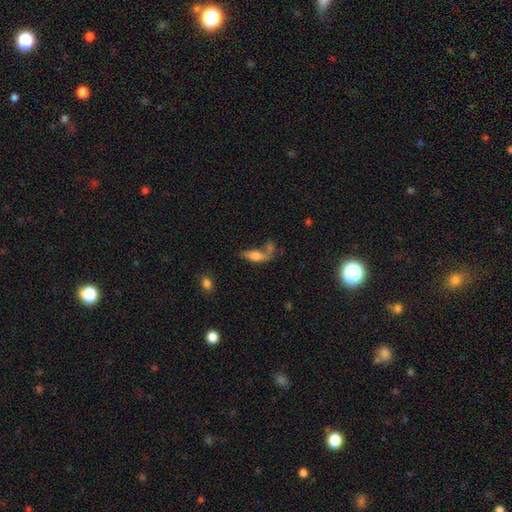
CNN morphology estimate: The model was most divided on "merging": none: 42%, merger: 28%, minor disturbance: 18%, major disturbance: 12%. More confident: how rounded — in between (58%); smooth or featured — smooth (58%).